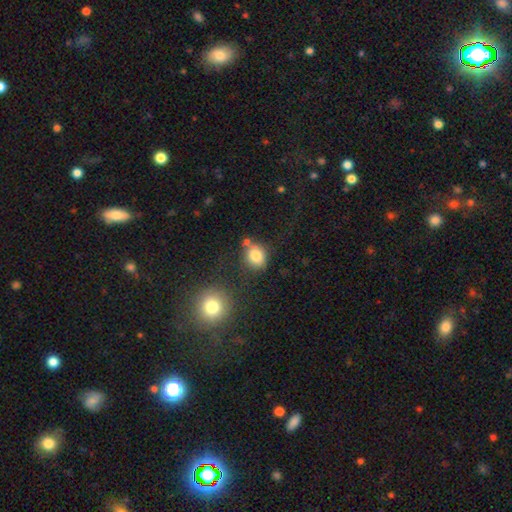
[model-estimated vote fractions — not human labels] A smooth galaxy with no disk features (81%) that is round (67%).

Vote fractions:
- Smooth or featured? smooth: 81% / star or artifact: 11% / featured or disk: 8%
- How rounded? round: 67% / in between: 32% / cigar-shaped: 1%
- Merging? none: 65% / minor disturbance: 16% / merger: 13% / major disturbance: 5%